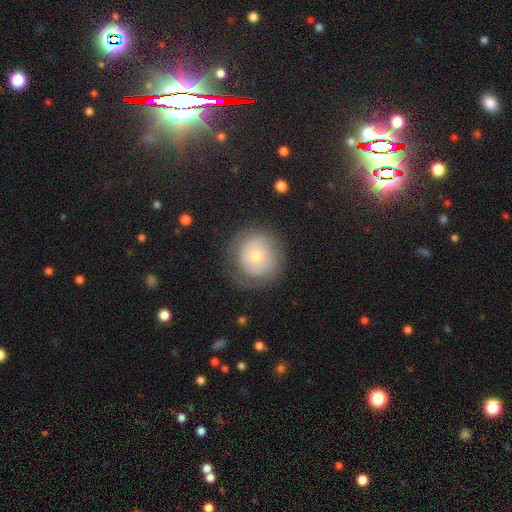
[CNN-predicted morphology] Smooth or featured: smooth — 51% (featured or disk — 38%)
How rounded: round — 91% (in between — 8%)
Merging: none — 72% (minor disturbance — 16%)